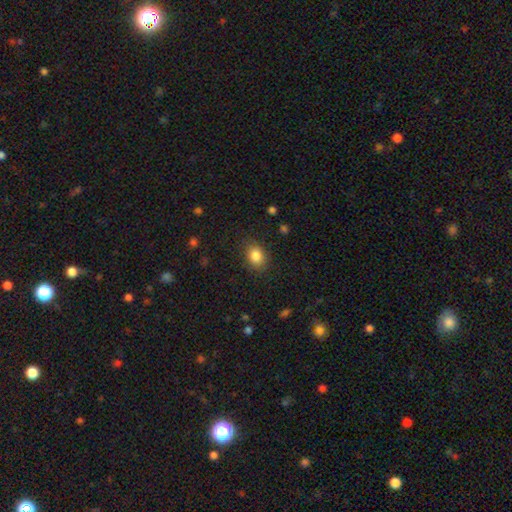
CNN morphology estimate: type=smooth (85%); roundness=in between (61%); merging=none (83%).